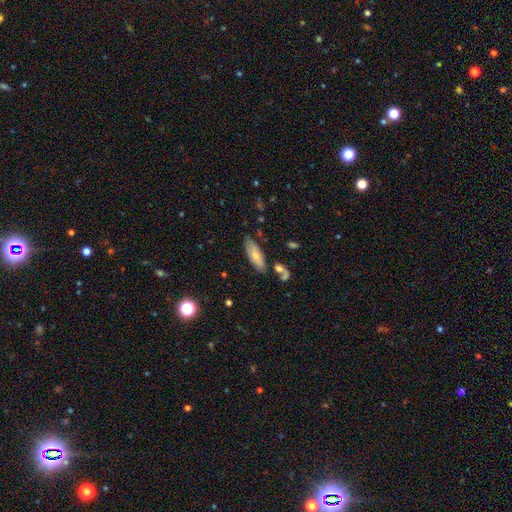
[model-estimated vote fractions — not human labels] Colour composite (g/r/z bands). It shows a smooth galaxy with no disk features (65%) that is in between round and cigar-shaped (71%). Merging: none (72%).